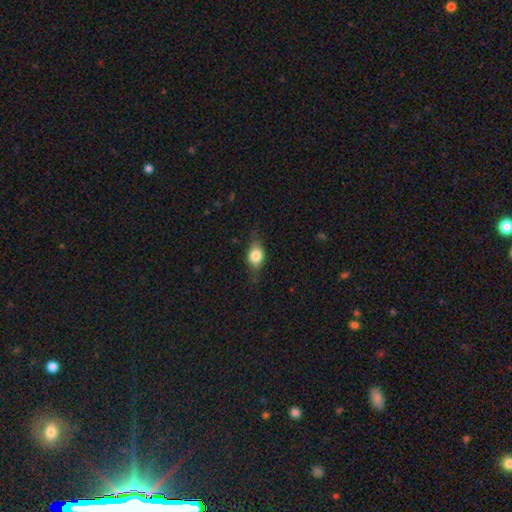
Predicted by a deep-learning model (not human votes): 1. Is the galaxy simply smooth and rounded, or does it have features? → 73% smooth, 19% featured or disk, 8% star or artifact.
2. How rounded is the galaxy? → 69% in between, 26% round, 5% cigar-shaped.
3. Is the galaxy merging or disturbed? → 72% none, 21% minor disturbance, 6% major disturbance, 1% merger.